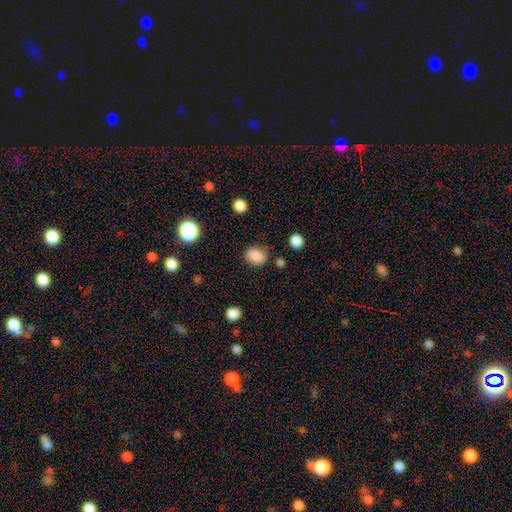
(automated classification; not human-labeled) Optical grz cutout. It shows a smooth galaxy with no disk features (86%) that is in between round and cigar-shaped (57%). Merging: none (77%).